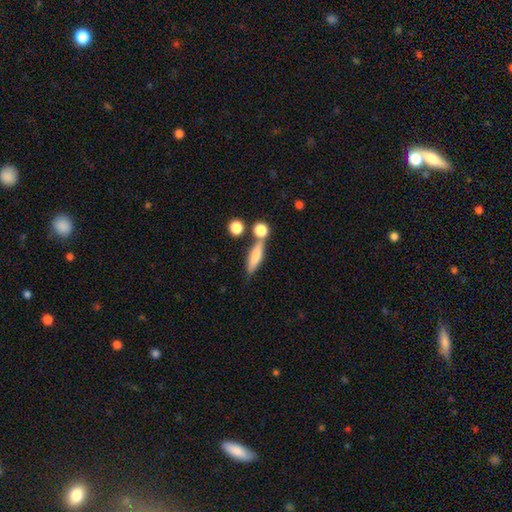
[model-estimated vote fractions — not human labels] Smooth or featured? smooth (69%)
How rounded? cigar-shaped (61%)
Merging? none (62%)